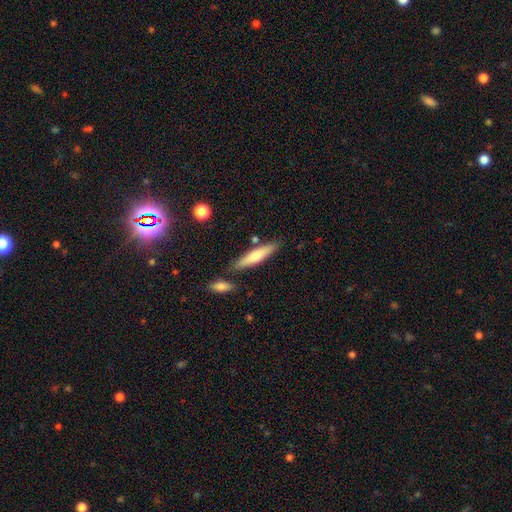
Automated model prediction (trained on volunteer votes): A smooth galaxy with no disk features (69%) that is cigar-shaped (79%).

Vote fractions:
- Smooth or featured? smooth: 69% / featured or disk: 25% / star or artifact: 6%
- How rounded? cigar-shaped: 79% / in between: 19% / round: 2%
- Merging? none: 78% / minor disturbance: 12% / merger: 8% / major disturbance: 3%